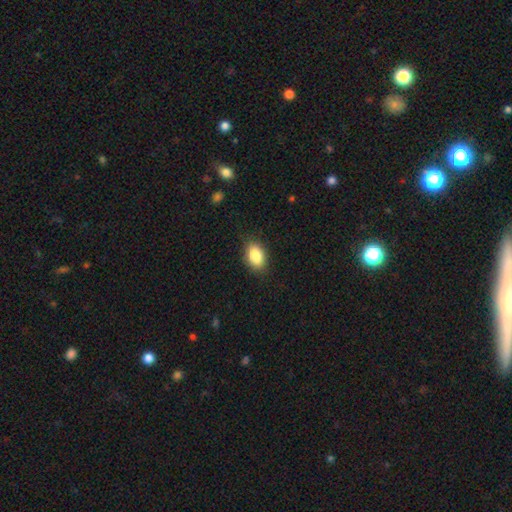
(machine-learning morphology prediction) Smooth or featured? smooth (87%)
How rounded? in between (87%)
Merging? none (83%)